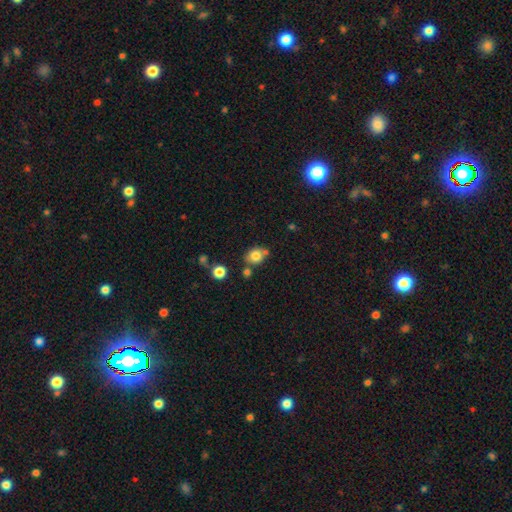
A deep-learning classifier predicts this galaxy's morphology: Smooth or featured? smooth (79%)
How rounded? round (65%)
Merging? none (63%)